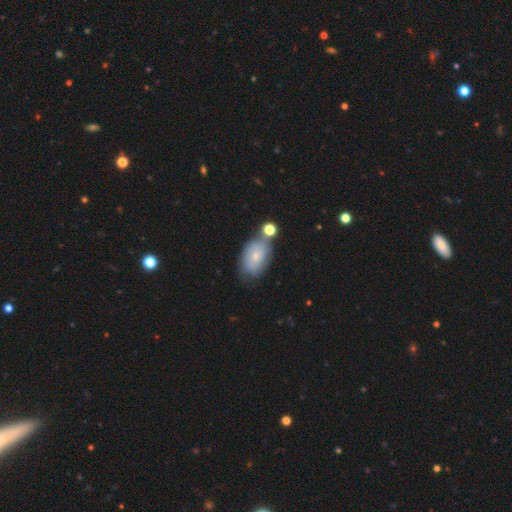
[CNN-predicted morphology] This appears to be a smooth galaxy with no disk features (61%) that is in between round and cigar-shaped (87%). Merging: none (55%).